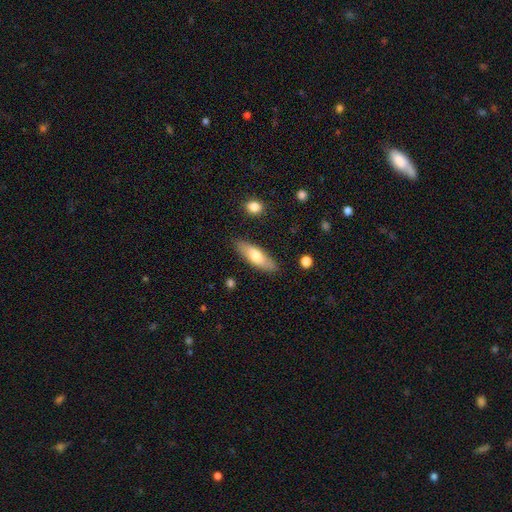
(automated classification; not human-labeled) smooth_or_featured: smooth (p=0.68) [alt: featured or disk p=0.26]
how_rounded: in between (p=0.55) [alt: cigar-shaped p=0.43]
merging: none (p=0.85) [alt: minor disturbance p=0.11]